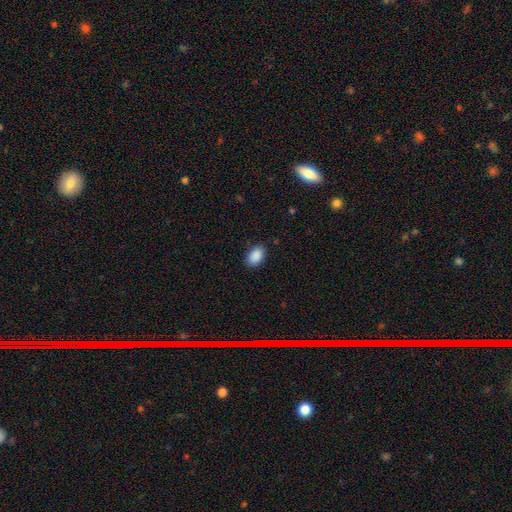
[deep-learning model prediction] Smooth or featured? smooth (90%)
How rounded? in between (90%)
Merging? none (86%)